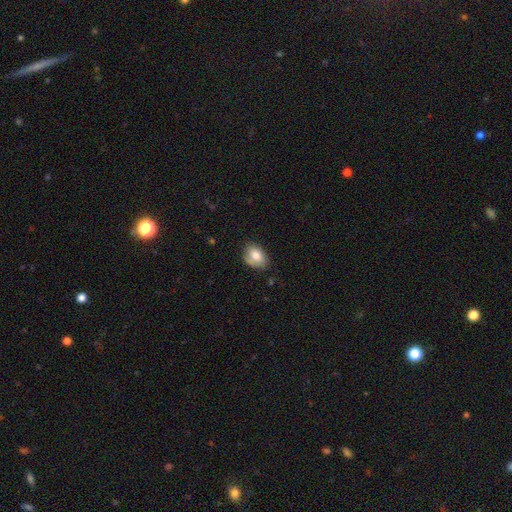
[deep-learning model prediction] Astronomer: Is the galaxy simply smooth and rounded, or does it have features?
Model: smooth — 80%.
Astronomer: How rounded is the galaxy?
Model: in between — 75%.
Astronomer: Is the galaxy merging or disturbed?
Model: none — 65%.